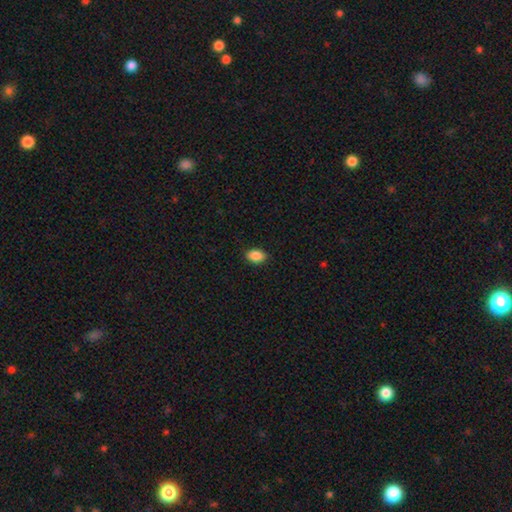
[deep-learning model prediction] The model was most divided on "how rounded": in between: 86%, round: 13%, cigar-shaped: 2%. More confident: smooth or featured — smooth (88%); merging — none (88%).